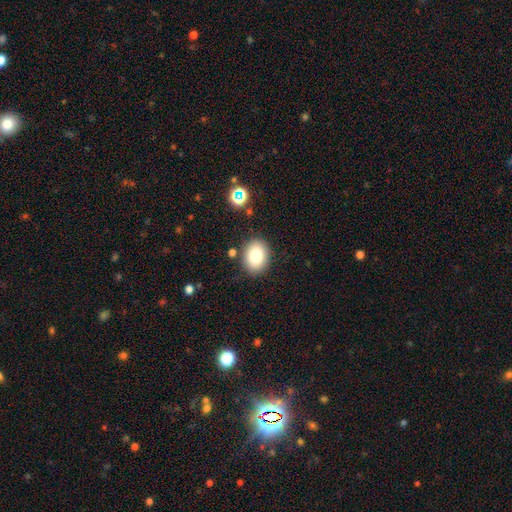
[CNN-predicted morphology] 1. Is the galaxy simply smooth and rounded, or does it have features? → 79% smooth, 10% featured or disk, 10% star or artifact.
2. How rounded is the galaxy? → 57% in between, 43% round, 1% cigar-shaped.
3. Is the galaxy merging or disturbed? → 85% none, 10% minor disturbance, 3% merger, 3% major disturbance.